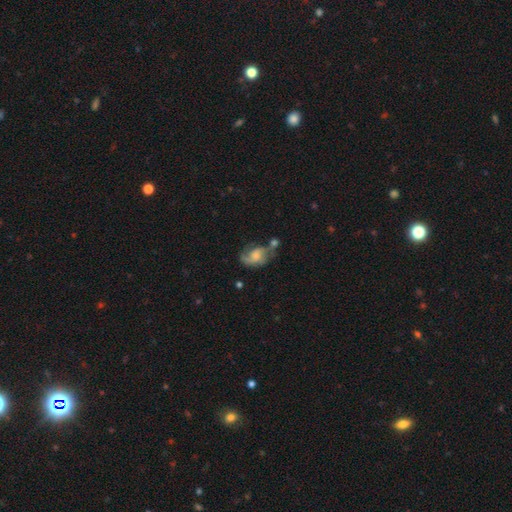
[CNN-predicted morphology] Smooth or featured? featured or disk (63%)
Edge-on disk? no (97%)
Bar? no (61%)
Spiral arms? yes (87%)
Spiral winding? medium (43%)
Spiral arm count? 2 (66%)
Bulge size? moderate (32%)
Merging? none (36%)